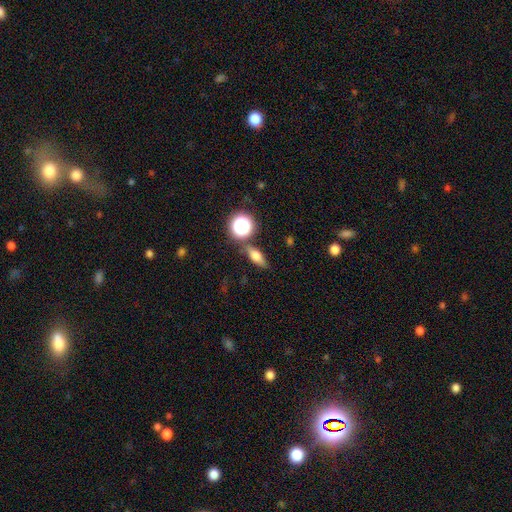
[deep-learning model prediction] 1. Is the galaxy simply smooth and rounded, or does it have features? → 62% smooth, 24% featured or disk, 15% star or artifact.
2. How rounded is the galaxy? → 55% in between, 26% cigar-shaped, 19% round.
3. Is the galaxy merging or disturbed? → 75% none, 13% minor disturbance, 7% merger, 4% major disturbance.